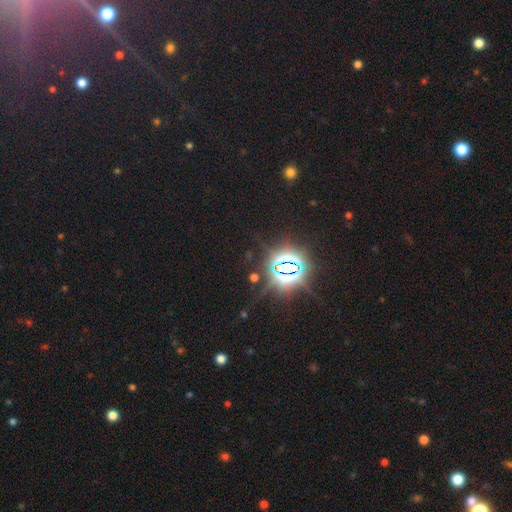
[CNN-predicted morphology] The model was most divided on "smooth or featured": star or artifact: 84%, smooth: 11%, featured or disk: 5%.